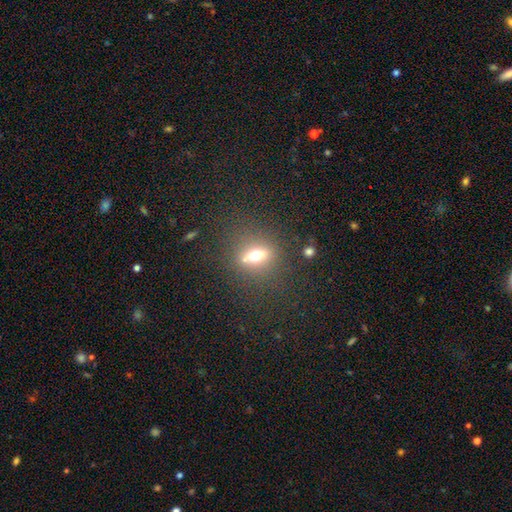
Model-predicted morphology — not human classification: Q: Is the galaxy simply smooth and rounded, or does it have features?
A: smooth — 54%.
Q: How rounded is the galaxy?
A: in between — 52%.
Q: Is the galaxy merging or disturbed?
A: none — 75%.